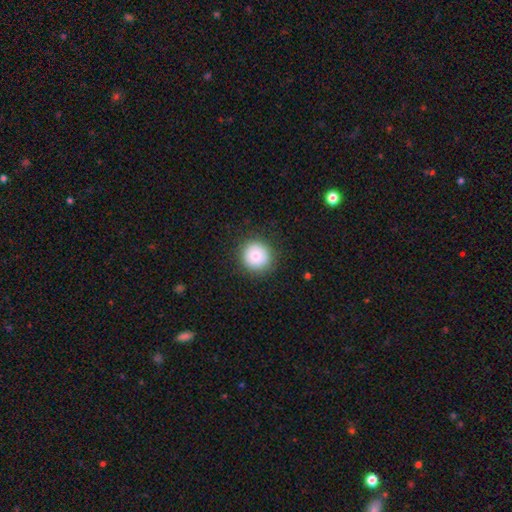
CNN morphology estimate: smooth-or-featured: smooth: 83% | star or artifact: 9% | featured or disk: 8%
  how-rounded: round: 94% | in between: 5% | cigar-shaped: 1%
  merging: none: 89% | minor disturbance: 7% | major disturbance: 2% | merger: 1%